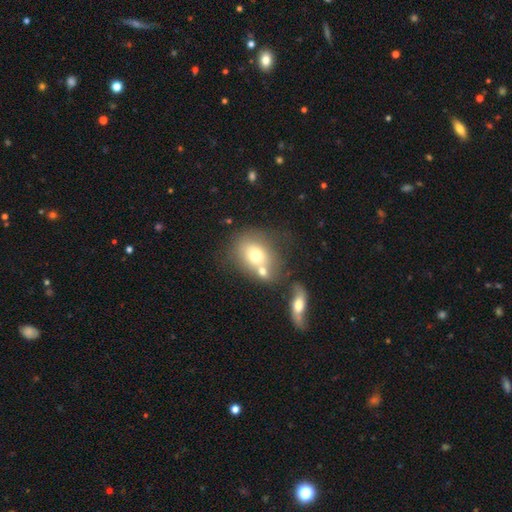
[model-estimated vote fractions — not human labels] smooth-or-featured: smooth: 67% | featured or disk: 23% | star or artifact: 10%
  how-rounded: round: 53% | in between: 46% | cigar-shaped: 1%
  merging: merger: 40% | none: 39% | minor disturbance: 13% | major disturbance: 8%